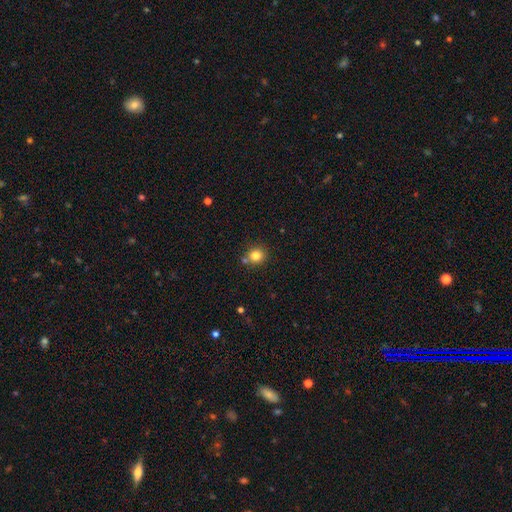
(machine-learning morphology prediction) This appears to be a smooth galaxy with no disk features (81%) that is round (88%). Merging: none (74%).